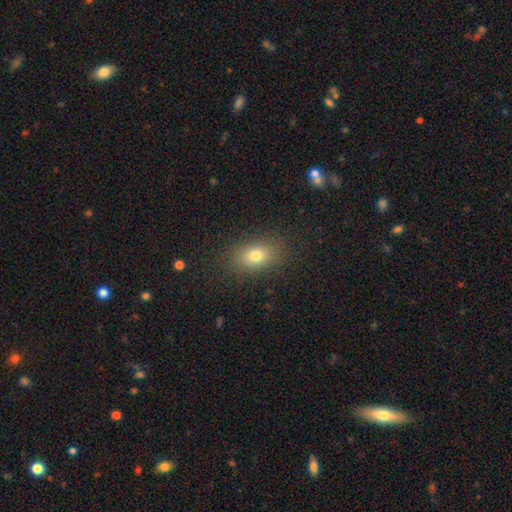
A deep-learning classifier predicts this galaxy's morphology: smooth 77%, featured or disk 12%, star or artifact 12%. Down the decision tree: how rounded — in between (80%); merging — none (86%).